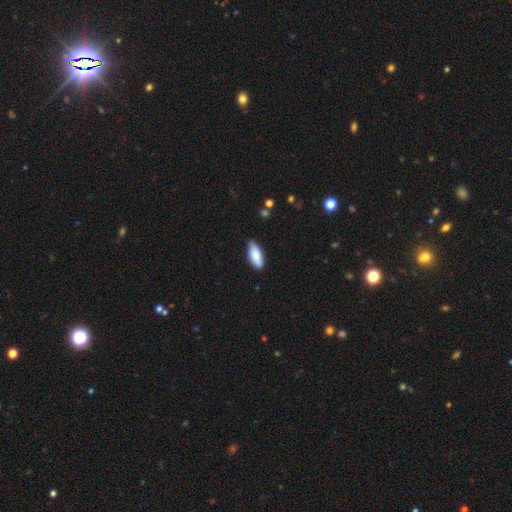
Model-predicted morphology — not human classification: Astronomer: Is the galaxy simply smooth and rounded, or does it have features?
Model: smooth — 82%.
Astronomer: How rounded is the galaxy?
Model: in between — 78%.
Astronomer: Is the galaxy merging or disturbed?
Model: none — 80%.